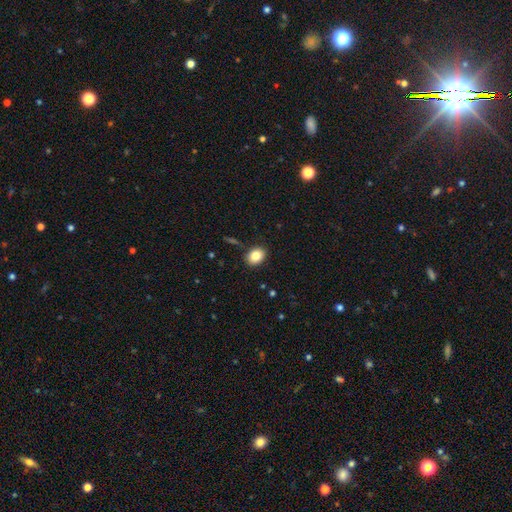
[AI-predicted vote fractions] A smooth galaxy with no disk features (84%) that is in between round and cigar-shaped (62%).

Vote fractions:
- Smooth or featured? smooth: 84% / star or artifact: 9% / featured or disk: 7%
- How rounded? in between: 62% / round: 37% / cigar-shaped: 1%
- Merging? none: 87% / minor disturbance: 9% / major disturbance: 2% / merger: 2%